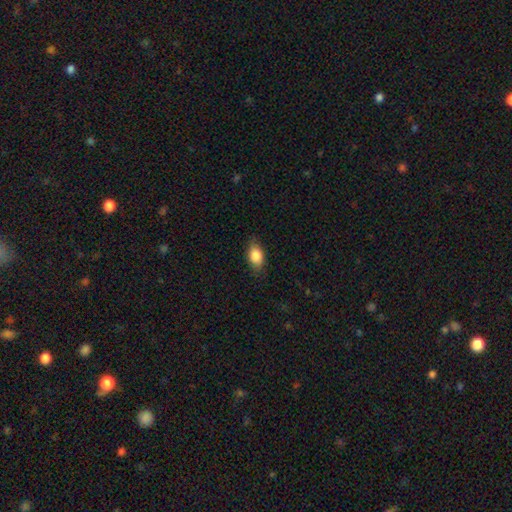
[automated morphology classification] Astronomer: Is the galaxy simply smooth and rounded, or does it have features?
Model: smooth — 85%.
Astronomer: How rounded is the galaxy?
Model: in between — 86%.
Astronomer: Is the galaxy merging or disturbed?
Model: none — 80%.